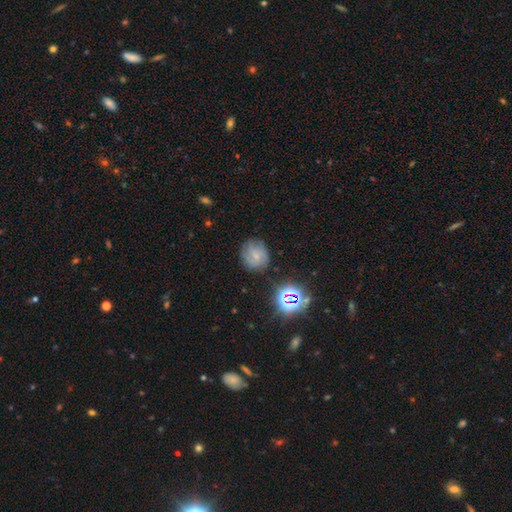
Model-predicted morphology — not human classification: Overall: smooth (50%; featured or disk 33%). Merging: none (73%).